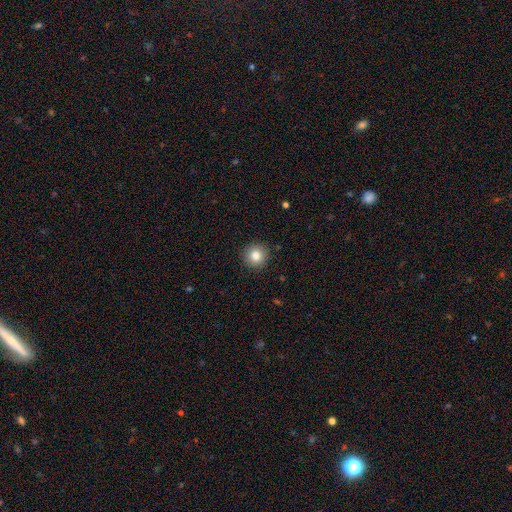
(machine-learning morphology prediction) Smooth or featured? Predicted: smooth (p=0.83). How rounded? Predicted: round (p=0.95). Merging? Predicted: none (p=0.91).